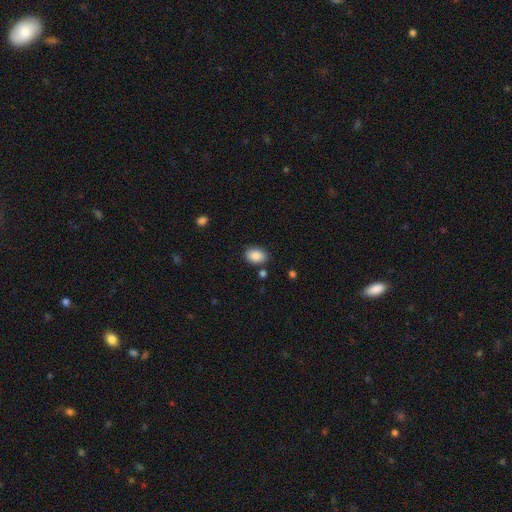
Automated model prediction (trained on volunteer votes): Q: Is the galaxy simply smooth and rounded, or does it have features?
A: smooth — 87%.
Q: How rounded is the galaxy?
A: in between — 80%.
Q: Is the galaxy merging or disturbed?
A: none — 81%.